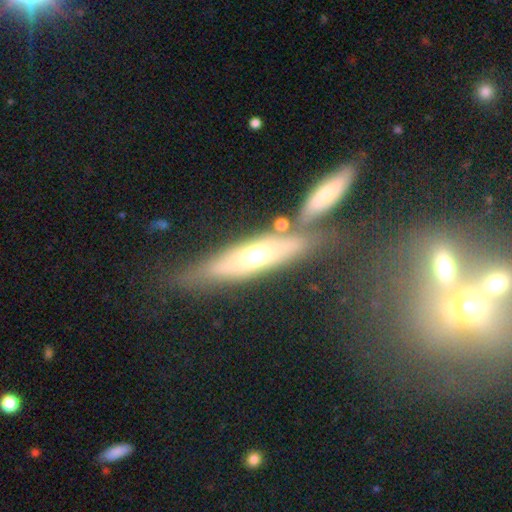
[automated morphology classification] smooth-or-featured: featured or disk: 50% | smooth: 42% | star or artifact: 9%
  merging: none: 59% | merger: 20% | minor disturbance: 15% | major disturbance: 6%